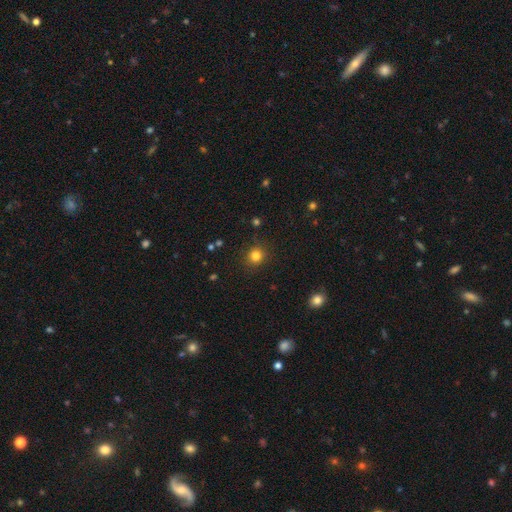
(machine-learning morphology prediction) smooth_or_featured: smooth (p=0.81) [alt: star or artifact p=0.14]
how_rounded: round (p=0.89) [alt: in between p=0.10]
merging: none (p=0.88) [alt: minor disturbance p=0.08]